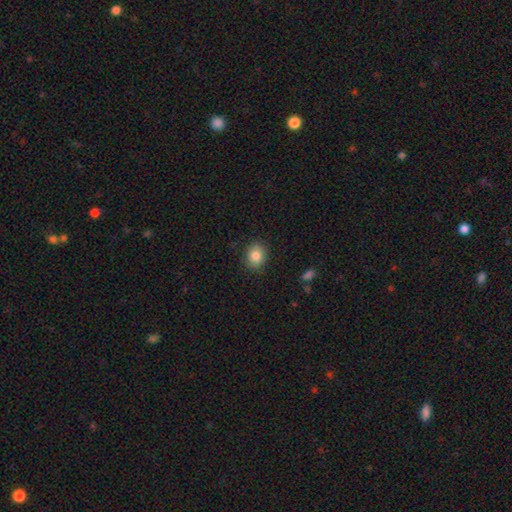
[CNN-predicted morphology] Overall: smooth (85%). How rounded: in between (50%; round 49%). Merging: none (88%).